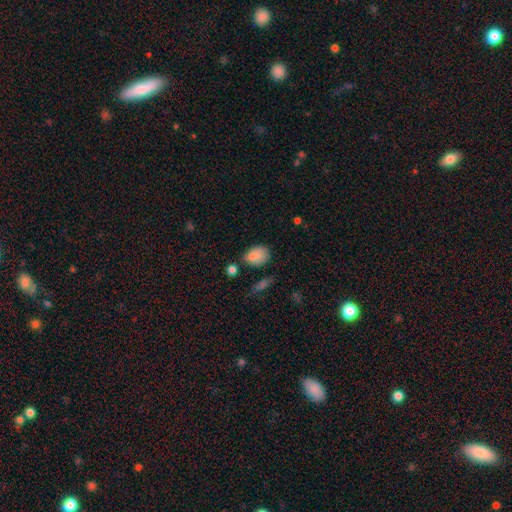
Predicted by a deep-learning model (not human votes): Smooth or featured? Predicted: smooth (p=0.84). How rounded? Predicted: in between (p=0.78). Merging? Predicted: none (p=0.63).